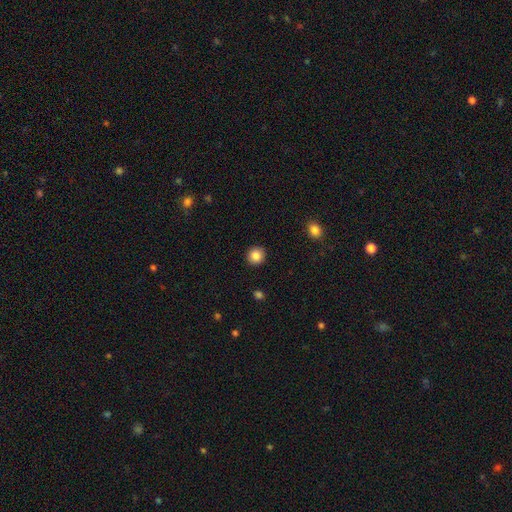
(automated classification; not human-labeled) A smooth galaxy with no disk features (86%) that is round (93%).

Vote fractions:
- Smooth or featured? smooth: 86% / star or artifact: 10% / featured or disk: 5%
- How rounded? round: 93% / in between: 6% / cigar-shaped: 1%
- Merging? none: 92% / minor disturbance: 5% / major disturbance: 2% / merger: 1%